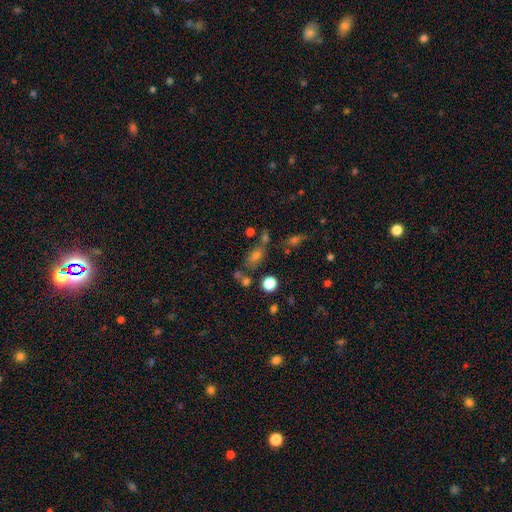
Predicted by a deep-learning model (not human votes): A smooth galaxy with no disk features (61%) that is in between round and cigar-shaped (72%).

Vote fractions:
- Smooth or featured? smooth: 61% / star or artifact: 24% / featured or disk: 15%
- How rounded? in between: 72% / round: 22% / cigar-shaped: 6%
- Merging? none: 61% / merger: 17% / minor disturbance: 15% / major disturbance: 7%